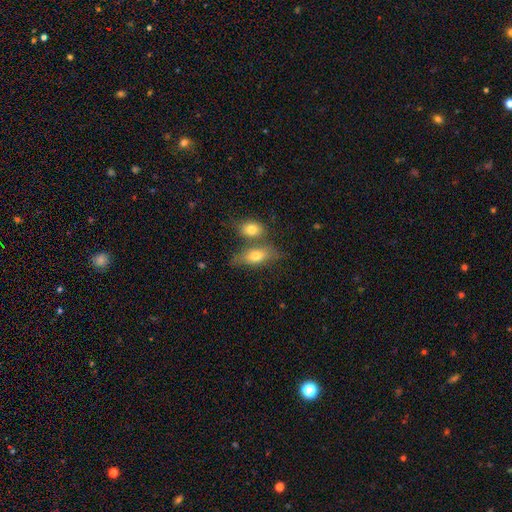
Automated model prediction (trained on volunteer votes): smooth 73%, featured or disk 20%, star or artifact 8%. Down the decision tree: how rounded — in between (80%); merging — none (47%).